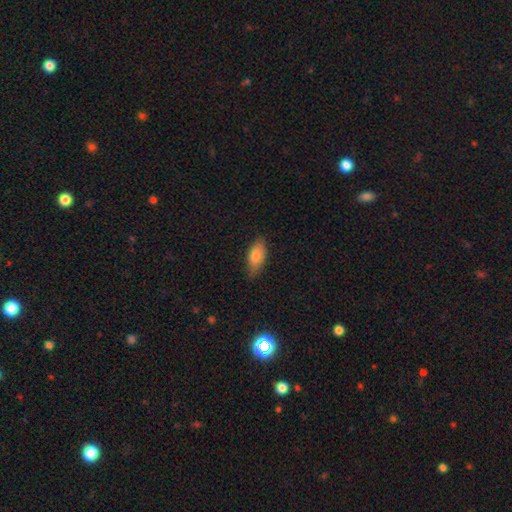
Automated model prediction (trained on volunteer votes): This is clearly a smooth galaxy (81%). How rounded: clearly in between (87%). Merging: likely none (79%).